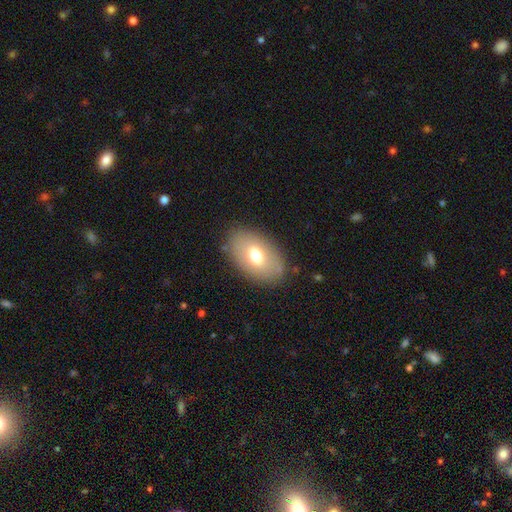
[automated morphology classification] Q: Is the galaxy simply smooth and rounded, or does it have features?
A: smooth — 68%.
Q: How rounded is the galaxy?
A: in between — 90%.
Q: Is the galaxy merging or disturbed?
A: none — 83%.